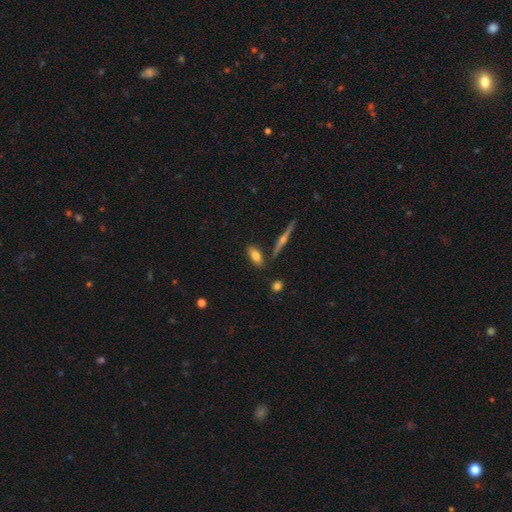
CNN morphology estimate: A smooth galaxy with no disk features (71%) that is in between round and cigar-shaped (79%). Merging: none (77%).